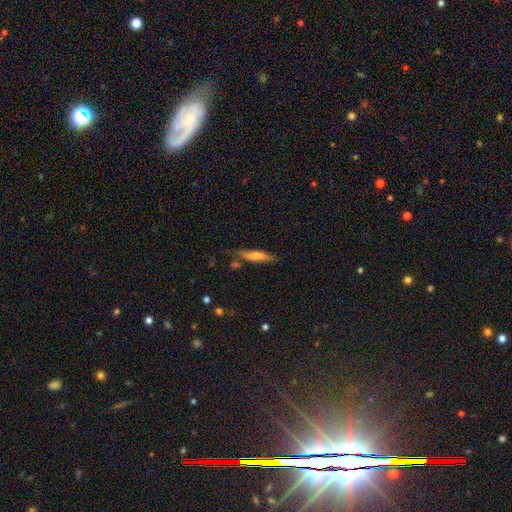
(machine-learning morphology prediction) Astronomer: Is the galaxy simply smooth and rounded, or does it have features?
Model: smooth — 60%.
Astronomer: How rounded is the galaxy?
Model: cigar-shaped — 81%.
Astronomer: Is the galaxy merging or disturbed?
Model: none — 67%.